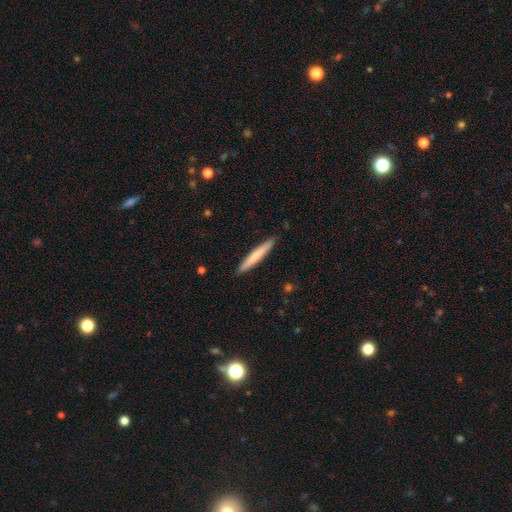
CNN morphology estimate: smooth_or_featured: smooth (p=0.72) [alt: featured or disk p=0.23]
how_rounded: cigar-shaped (p=0.96) [alt: in between p=0.03]
merging: none (p=0.90) [alt: minor disturbance p=0.07]